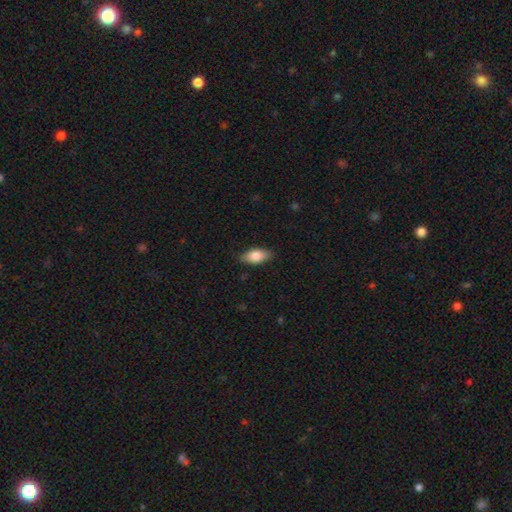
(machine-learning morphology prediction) A smooth galaxy with no disk features (81%) that is in between round and cigar-shaped (88%).

Vote fractions:
- Smooth or featured? smooth: 81% / featured or disk: 13% / star or artifact: 6%
- How rounded? in between: 88% / cigar-shaped: 8% / round: 4%
- Merging? none: 86% / minor disturbance: 11% / major disturbance: 2% / merger: 1%